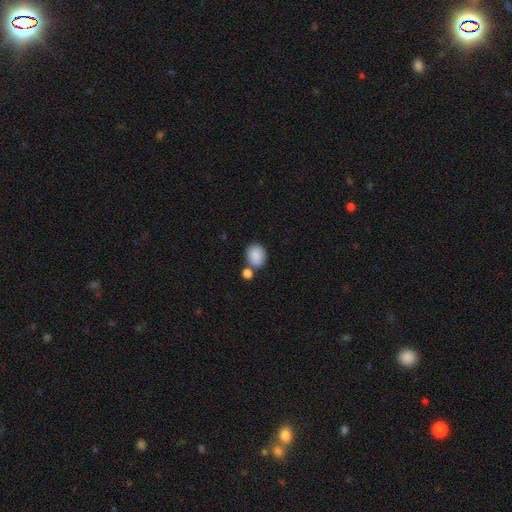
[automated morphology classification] Smooth or featured? Predicted: smooth (p=0.87). How rounded? Predicted: round (p=0.51). Merging? Predicted: none (p=0.63).